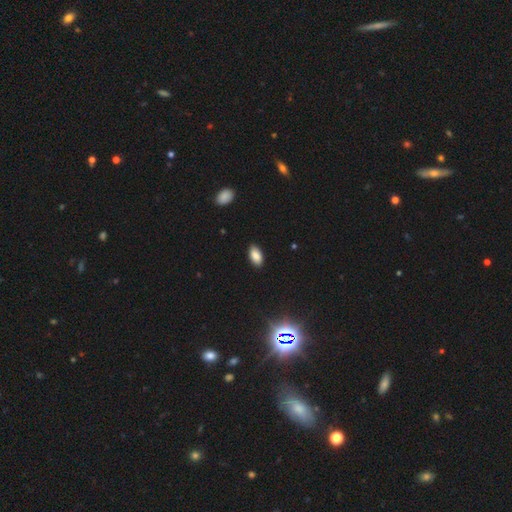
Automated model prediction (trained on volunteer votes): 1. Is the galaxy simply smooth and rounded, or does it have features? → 85% smooth, 10% star or artifact, 5% featured or disk.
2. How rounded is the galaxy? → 93% in between, 4% cigar-shaped, 3% round.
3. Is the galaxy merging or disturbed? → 88% none, 9% minor disturbance, 2% major disturbance, 1% merger.